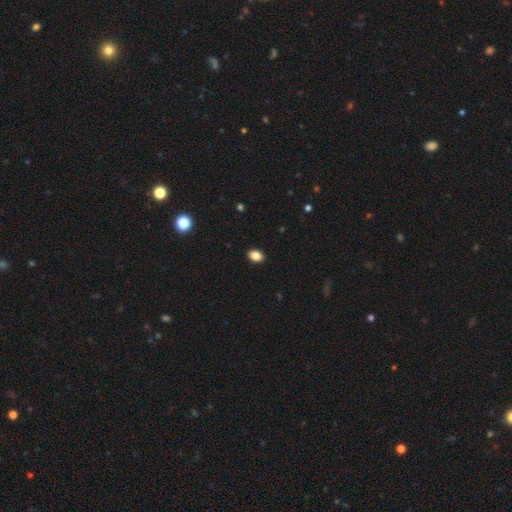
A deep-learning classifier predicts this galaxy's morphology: Smooth or featured? Predicted: smooth (p=0.86). How rounded? Predicted: in between (p=0.77). Merging? Predicted: none (p=0.90).